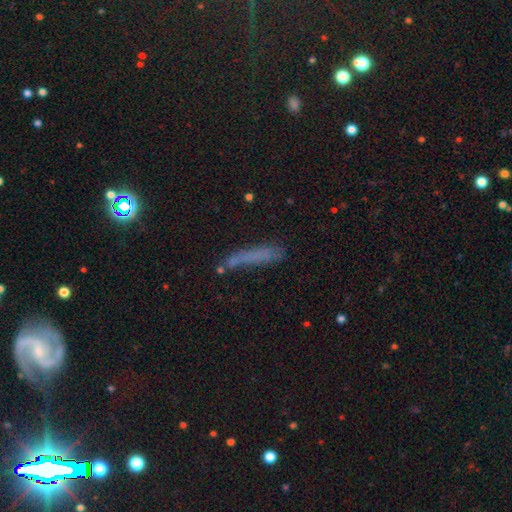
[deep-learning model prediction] This appears to be a smooth galaxy with no disk features (60%) that is cigar-shaped (87%). Merging: none (56%).